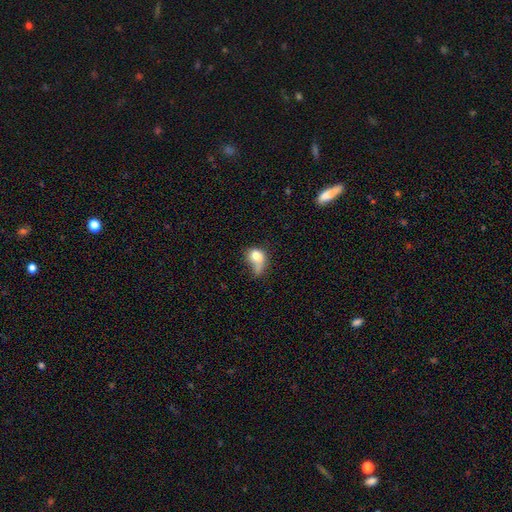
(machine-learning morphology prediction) type=smooth (72%); roundness=in between (57%); merging=major disturbance (29%).